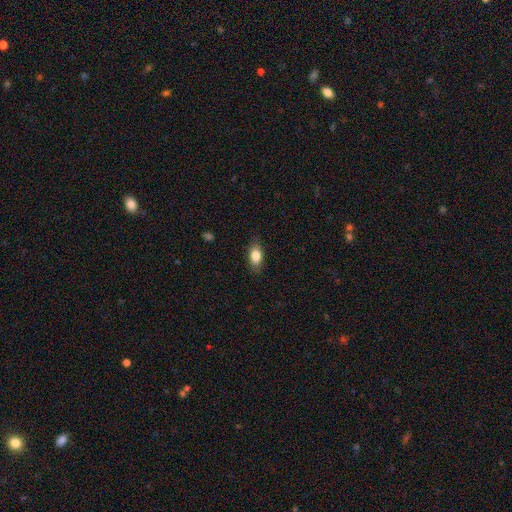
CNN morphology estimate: Q: Smooth or featured?
A: smooth (82%); runner-up: featured or disk (10%)
Q: How rounded?
A: in between (85%); runner-up: cigar-shaped (8%)
Q: Merging?
A: none (83%); runner-up: minor disturbance (13%)